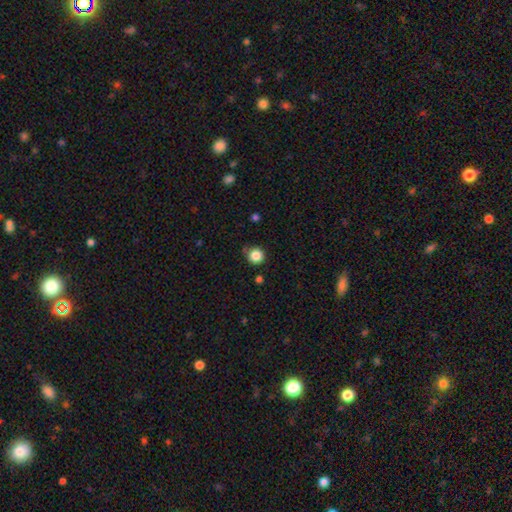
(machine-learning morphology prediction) smooth 85%, star or artifact 11%, featured or disk 4%. Down the decision tree: how rounded — round (92%); merging — none (78%).